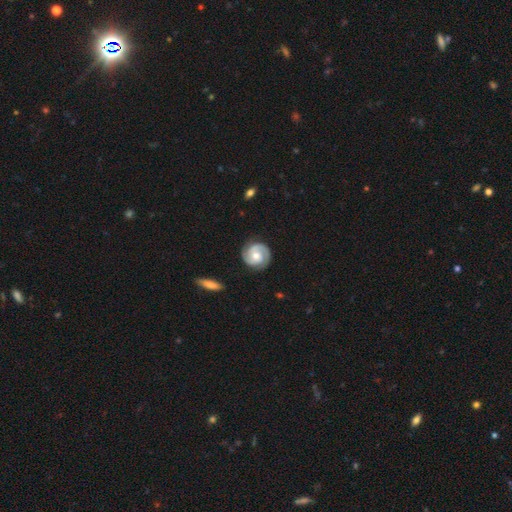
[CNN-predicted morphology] This appears to be a featured or disk galaxy (81%) with no bar (63%), 2 (85%) tight (62%) spiral arms (96%) and a moderate central bulge (69%). Merging: none (84%).